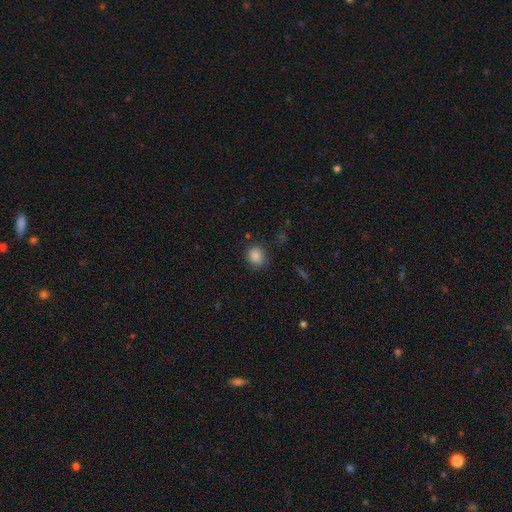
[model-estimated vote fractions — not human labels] Overall: smooth (86%). How rounded: round (69%; in between 30%). Merging: none (83%).